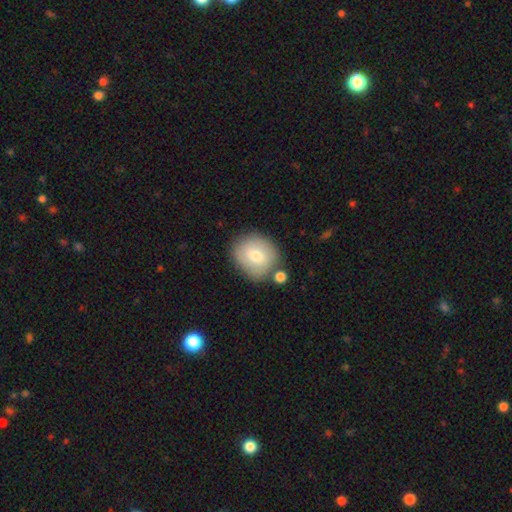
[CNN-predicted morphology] type=smooth (70%); roundness=round (70%); merging=none (70%).